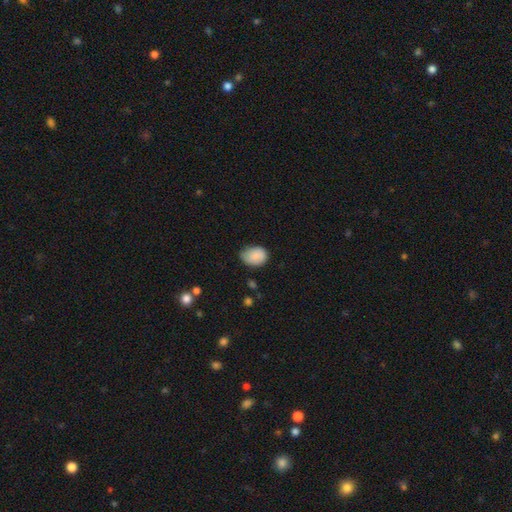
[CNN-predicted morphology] smooth_or_featured: smooth (p=0.83) [alt: featured or disk p=0.10]
how_rounded: in between (p=0.73) [alt: round p=0.26]
merging: none (p=0.57) [alt: minor disturbance p=0.35]